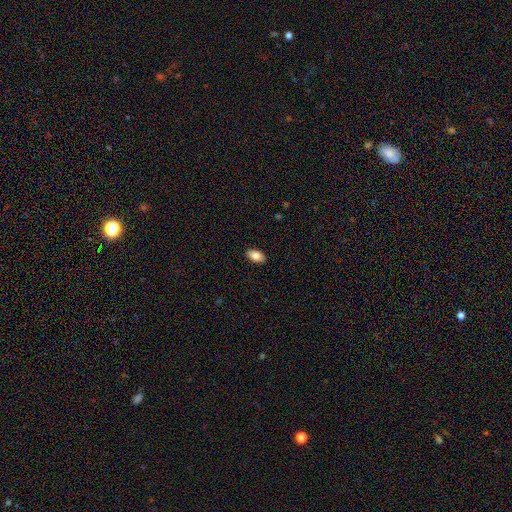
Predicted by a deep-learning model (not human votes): Smooth or featured? Predicted: smooth (p=0.82). How rounded? Predicted: in between (p=0.93). Merging? Predicted: none (p=0.89).